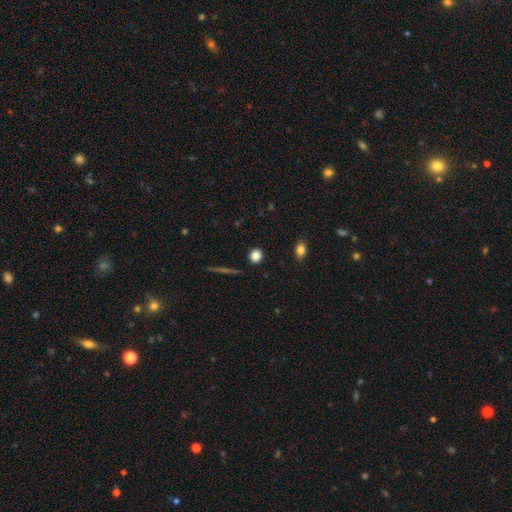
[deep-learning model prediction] Morphology: type=smooth (85%); roundness=round (83%); merging=none (89%).